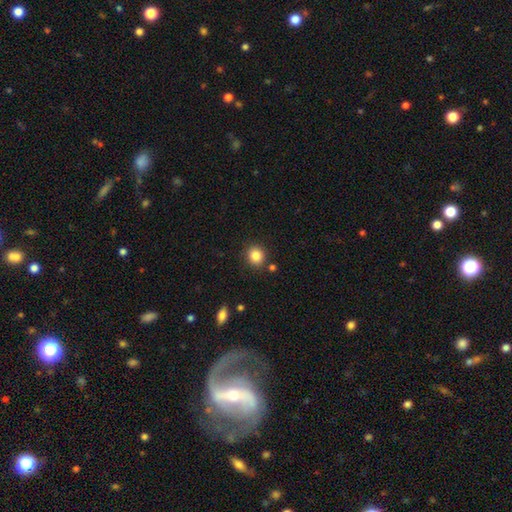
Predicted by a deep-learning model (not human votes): smooth_or_featured: smooth (p=0.85) [alt: star or artifact p=0.10]
how_rounded: round (p=0.86) [alt: in between p=0.13]
merging: none (p=0.86) [alt: minor disturbance p=0.07]